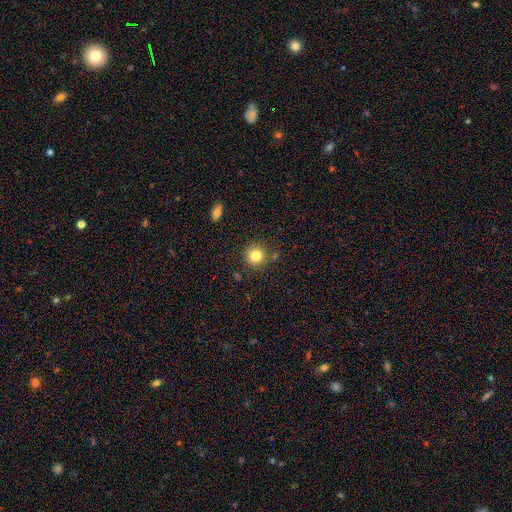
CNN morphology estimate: smooth-or-featured: smooth: 82% | star or artifact: 11% | featured or disk: 7%
  how-rounded: round: 93% | in between: 6% | cigar-shaped: 1%
  merging: none: 82% | minor disturbance: 9% | merger: 6% | major disturbance: 3%